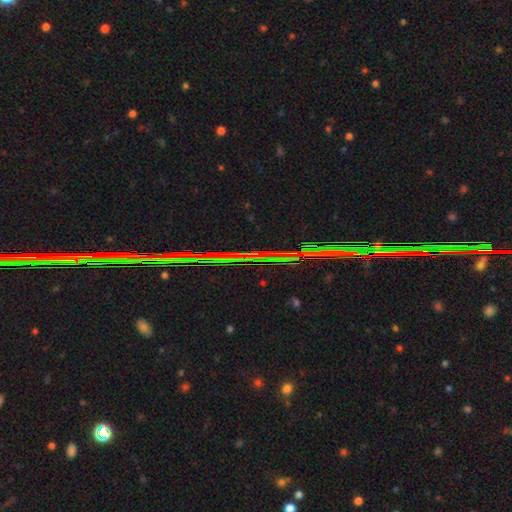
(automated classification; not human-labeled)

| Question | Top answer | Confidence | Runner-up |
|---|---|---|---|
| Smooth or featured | star or artifact | 85% | featured or disk (8%) |